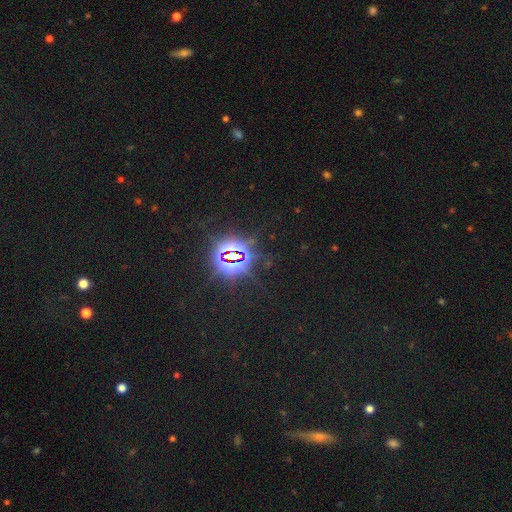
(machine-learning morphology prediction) type=star or artifact (77%).